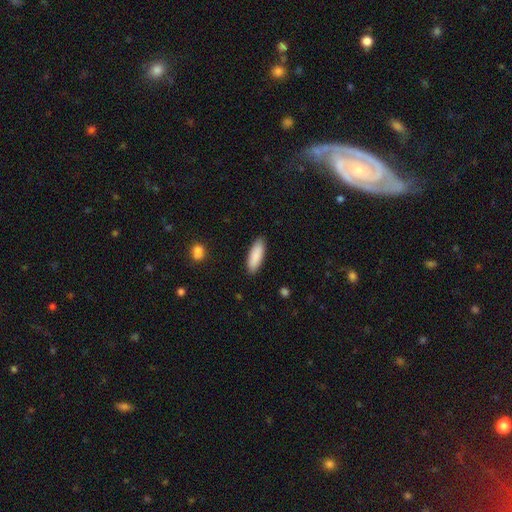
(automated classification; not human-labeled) This is clearly a smooth galaxy (89%). How rounded: possibly in between (60%). Merging: clearly none (89%).